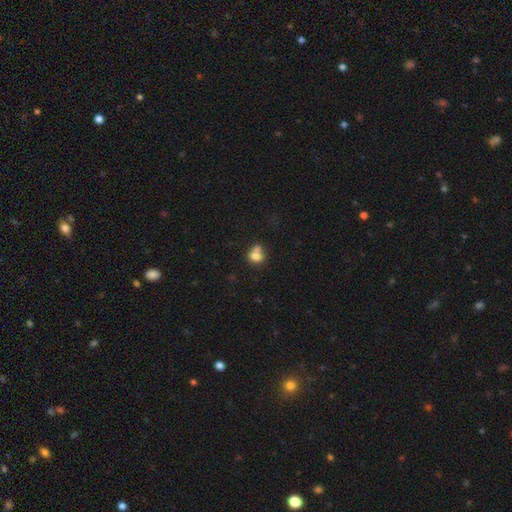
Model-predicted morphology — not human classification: Q: Smooth or featured?
A: smooth (74%); runner-up: featured or disk (16%)
Q: How rounded?
A: round (65%); runner-up: in between (34%)
Q: Merging?
A: merger (51%); runner-up: none (33%)